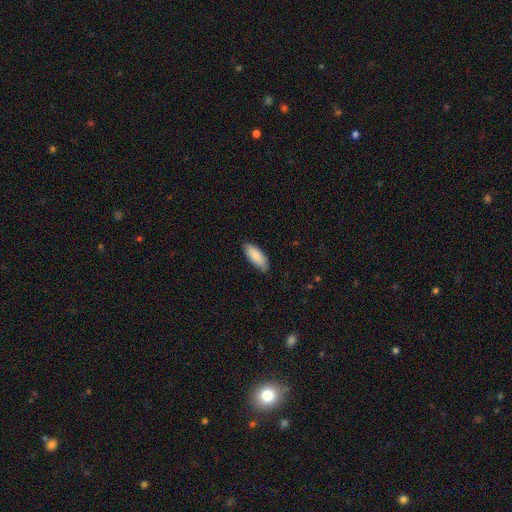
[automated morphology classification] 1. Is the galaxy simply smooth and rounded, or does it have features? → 88% smooth, 7% featured or disk, 5% star or artifact.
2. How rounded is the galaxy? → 81% in between, 18% cigar-shaped, 2% round.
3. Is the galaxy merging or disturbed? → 83% none, 14% minor disturbance, 2% major disturbance, 1% merger.